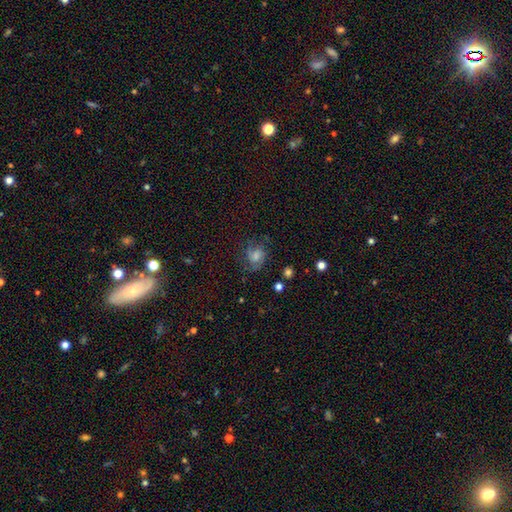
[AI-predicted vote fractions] A featured or disk galaxy (48%).

Vote fractions:
- Smooth or featured? featured or disk: 48% / smooth: 32% / star or artifact: 20%
- Merging? none: 69% / minor disturbance: 18% / major disturbance: 11% / merger: 2%